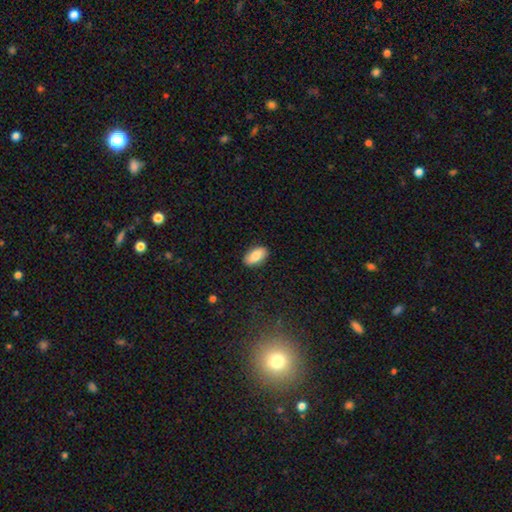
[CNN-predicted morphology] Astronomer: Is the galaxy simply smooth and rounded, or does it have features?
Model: smooth — 84%.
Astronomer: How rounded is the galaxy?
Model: in between — 93%.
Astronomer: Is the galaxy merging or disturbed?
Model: none — 87%.